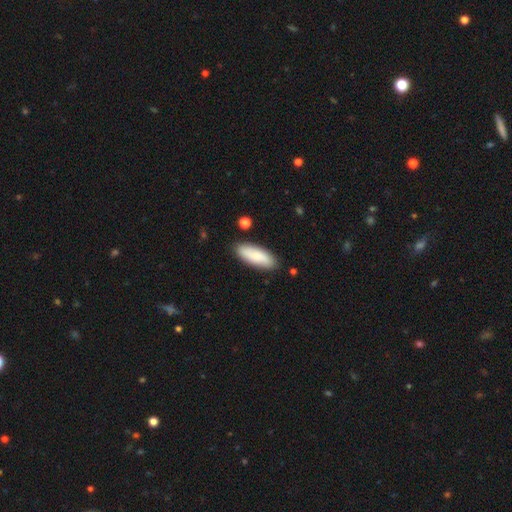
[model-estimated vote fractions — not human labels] This appears to be a smooth galaxy with no disk features (83%) that is in between round and cigar-shaped (65%). Merging: none (85%).